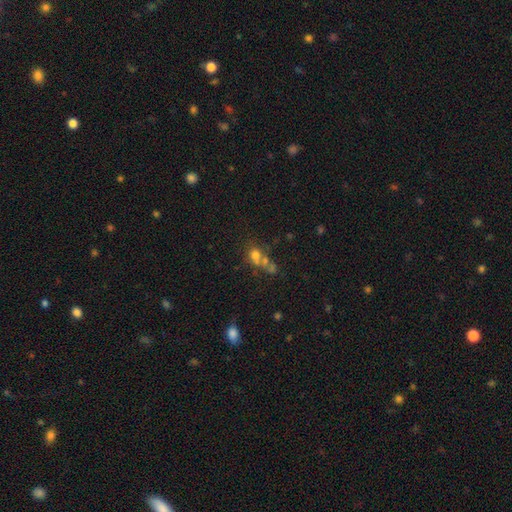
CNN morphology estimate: A smooth galaxy with no disk features (48%).

Vote fractions:
- Smooth or featured? smooth: 48% / star or artifact: 30% / featured or disk: 22%
- Merging? none: 42% / merger: 39% / minor disturbance: 10% / major disturbance: 9%